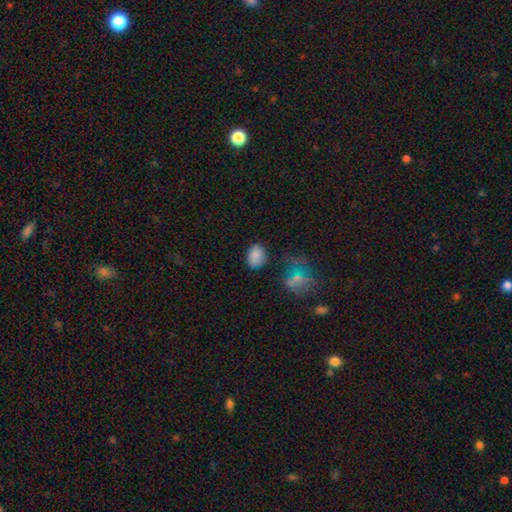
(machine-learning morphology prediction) This is clearly a smooth galaxy (84%). How rounded: likely in between (70%). Merging: likely none (72%).